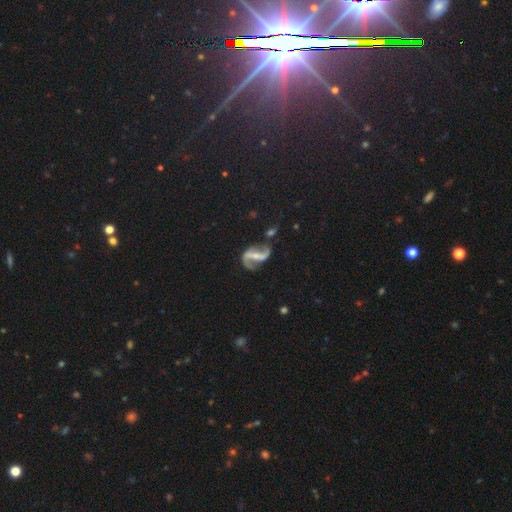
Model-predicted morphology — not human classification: A featured or disk galaxy (88%) with a strong bar (59%), 2 (92%) loose (68%) spiral arms (94%) and a small central bulge (58%).

Vote fractions:
- Smooth or featured? featured or disk: 88% / smooth: 7% / star or artifact: 5%
- Edge-on disk? no: 97% / yes: 3%
- Bar? strong: 59% / weak: 28% / no: 13%
- Spiral arms? yes: 94% / no: 6%
- Spiral winding? loose: 68% / medium: 24% / tight: 7%
- Spiral arm count? 2: 92% / 1: 3% / can't tell: 2% / 3: 1% / 4: 1% / more than 4: 1%
- Bulge size? small: 58% / moderate: 25% / none: 14% / large: 2% / dominant: 1%
- Merging? none: 66% / minor disturbance: 17% / major disturbance: 11% / merger: 6%